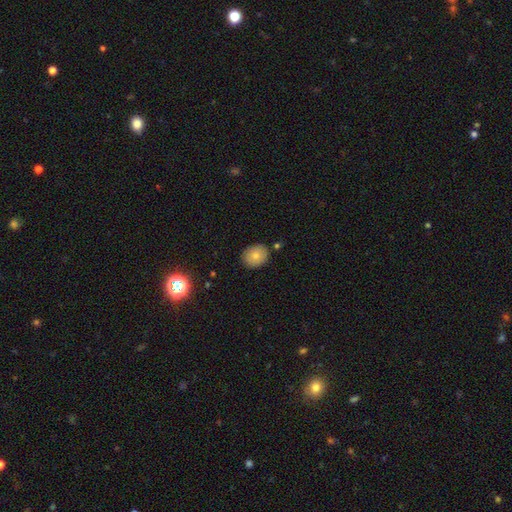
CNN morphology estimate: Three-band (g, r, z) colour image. It shows a smooth galaxy with no disk features (78%) that is round (53%). Merging: none (83%).